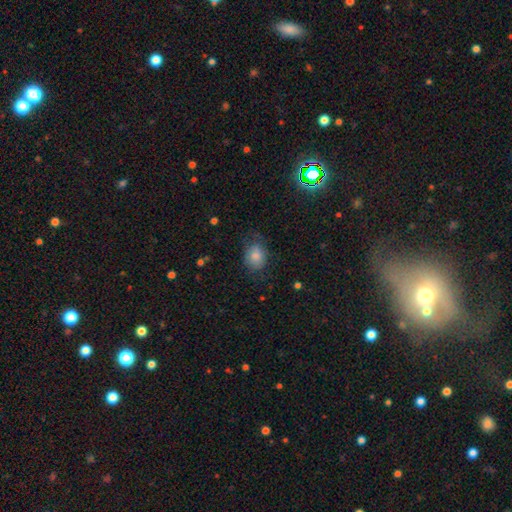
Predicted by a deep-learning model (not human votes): smooth_or_featured: smooth (p=0.82) [alt: featured or disk p=0.10]
how_rounded: in between (p=0.56) [alt: round p=0.43]
merging: none (p=0.61) [alt: minor disturbance p=0.26]